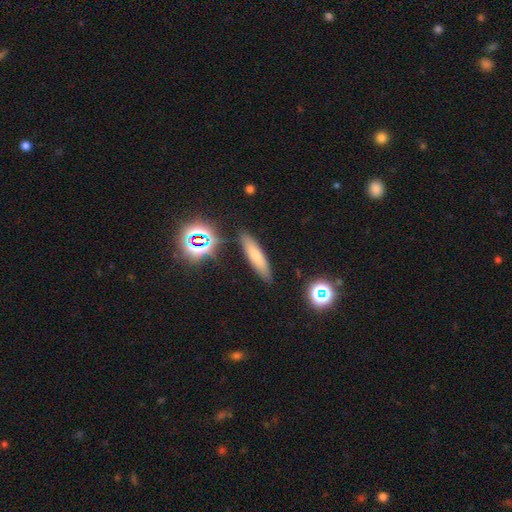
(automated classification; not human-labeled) smooth_or_featured: smooth (p=0.67) [alt: featured or disk p=0.20]
how_rounded: cigar-shaped (p=0.77) [alt: in between p=0.20]
merging: none (p=0.85) [alt: minor disturbance p=0.09]